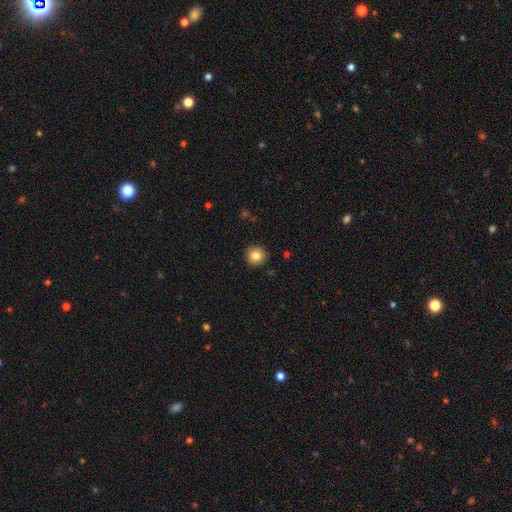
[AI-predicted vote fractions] smooth 83%, star or artifact 10%, featured or disk 7%. Down the decision tree: how rounded — round (95%); merging — none (92%).